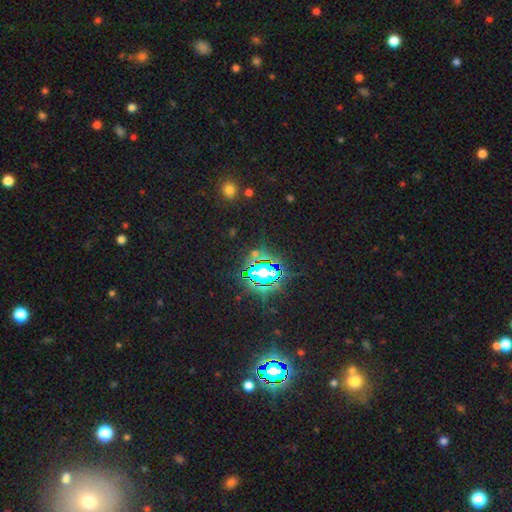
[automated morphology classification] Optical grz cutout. It shows a star or artifact, not a galaxy (77%).